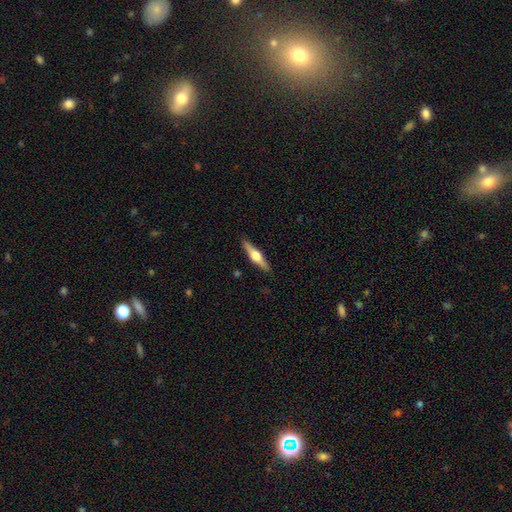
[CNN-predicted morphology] This is likely a featured or disk galaxy (68%). It is clearly viewed edge-on (97%). Edge-on bulge: clearly rounded (95%). Merging: clearly none (90%).